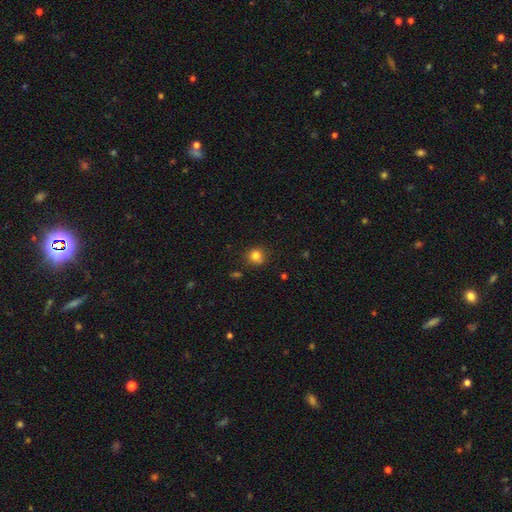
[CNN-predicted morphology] smooth-or-featured: smooth: 82% | star or artifact: 12% | featured or disk: 5%
  how-rounded: round: 86% | in between: 13% | cigar-shaped: 1%
  merging: none: 84% | minor disturbance: 12% | major disturbance: 3% | merger: 2%